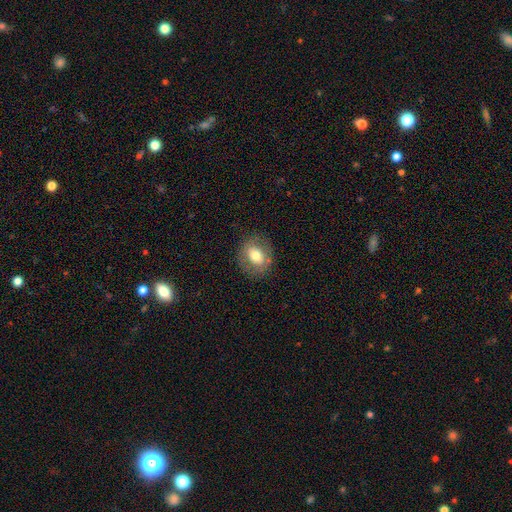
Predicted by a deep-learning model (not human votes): A smooth galaxy with no disk features (68%) that is in between round and cigar-shaped (50%). Merging: none (81%).